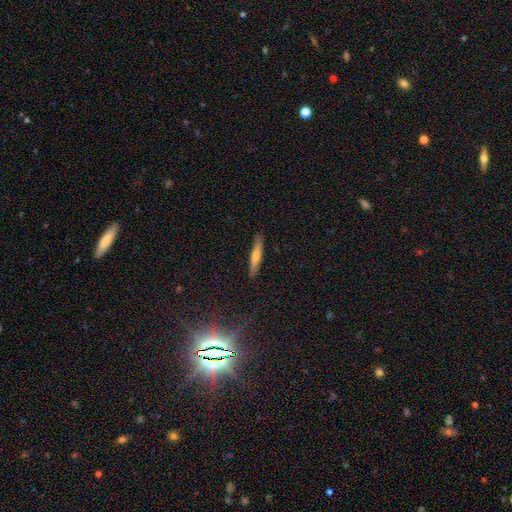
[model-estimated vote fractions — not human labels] Morphology: type=featured or disk (45%); merging=none (88%).